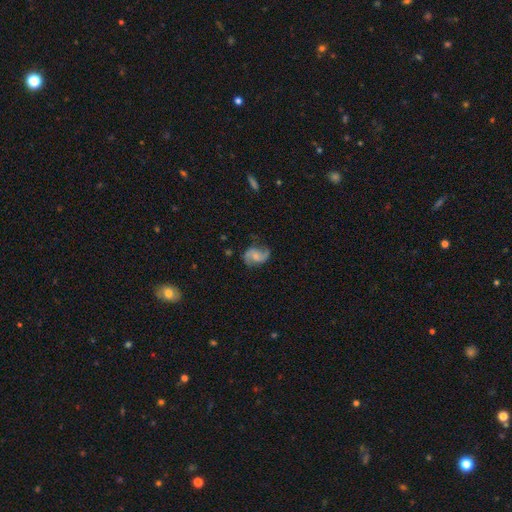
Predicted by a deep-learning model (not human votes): A featured or disk galaxy (84%) with no bar (53%), 2 (92%) loose (44%, tied with medium) spiral arms (96%) and a small central bulge (52%). Merging: none (76%).